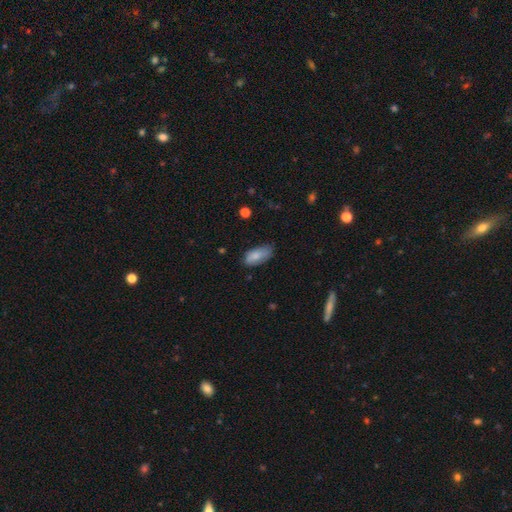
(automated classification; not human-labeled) Overall: smooth (82%). How rounded: in between (90%). Merging: none (59%; minor disturbance 32%).